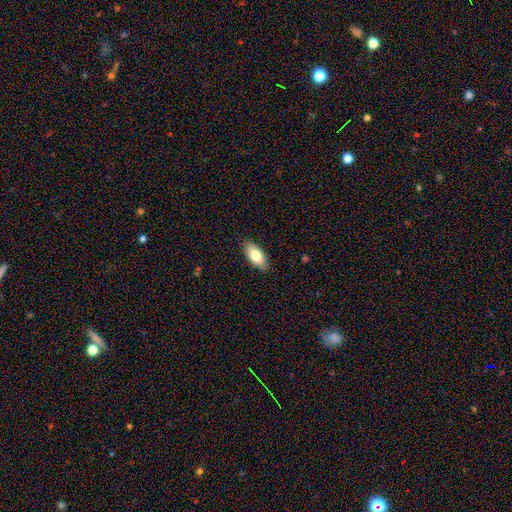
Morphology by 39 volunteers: Q: Smooth or featured?
A: smooth (85%); runner-up: featured or disk (15%)
Q: How rounded?
A: in between (94%); runner-up: round (3%)
Q: Merging?
A: none (87%); runner-up: minor disturbance (13%)